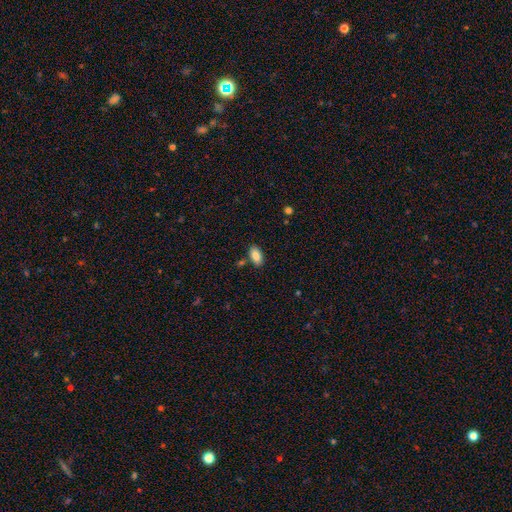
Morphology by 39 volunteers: type=smooth (87%); roundness=in between (97%); merging=none (92%).